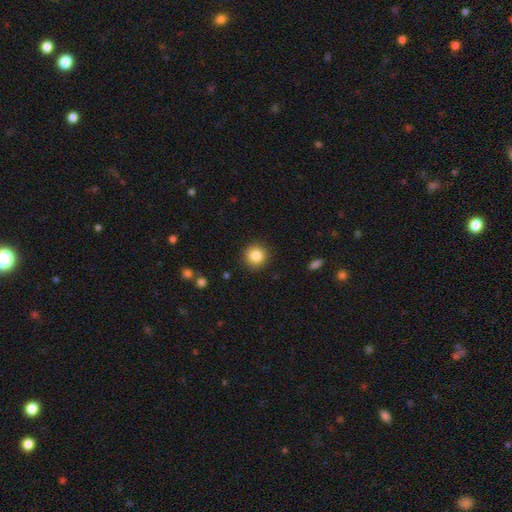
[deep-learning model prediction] Smooth or featured?
  - smooth: 84% *
  - star or artifact: 10%
  - featured or disk: 6%
How rounded?
  - round: 94% *
  - in between: 5%
  - cigar-shaped: 1%
Merging?
  - none: 91% *
  - minor disturbance: 6%
  - major disturbance: 2%
  - merger: 1%